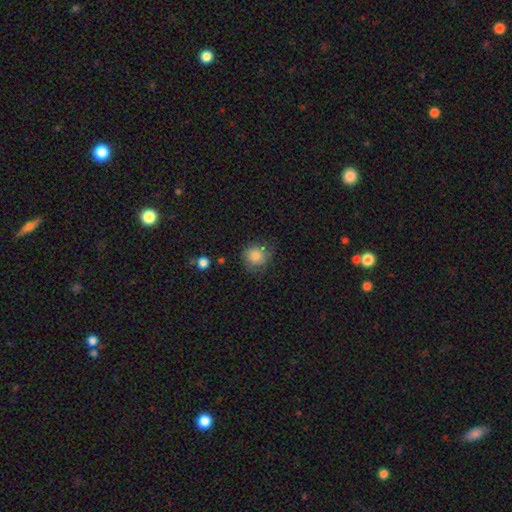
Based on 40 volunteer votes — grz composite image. It shows a smooth galaxy with no disk features (92%) that is round (84%). Merging: none (76%).